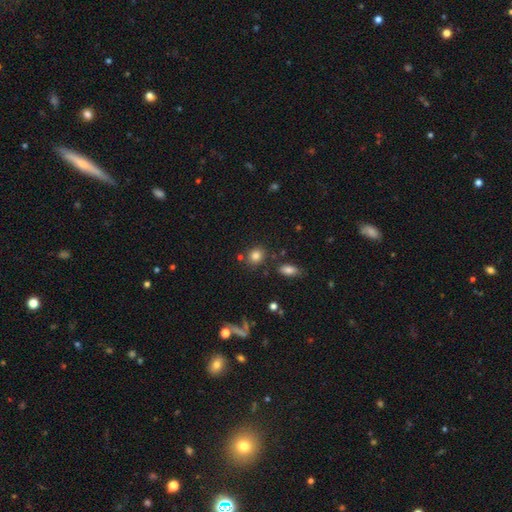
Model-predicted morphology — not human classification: This is clearly a smooth galaxy (82%). How rounded: likely round (68%). Merging: likely none (78%).